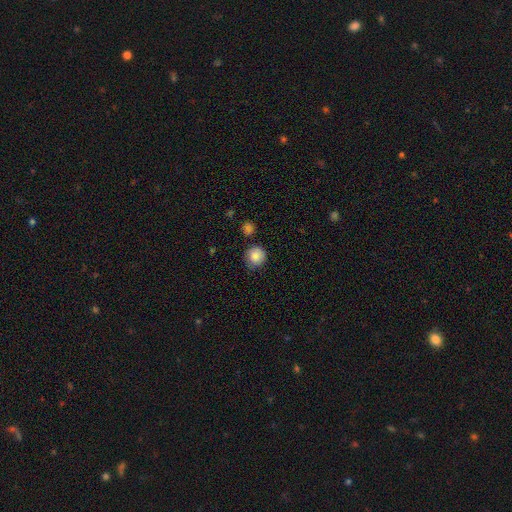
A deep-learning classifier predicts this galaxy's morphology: Smooth or featured?
  - smooth: 86% *
  - star or artifact: 9%
  - featured or disk: 5%
How rounded?
  - round: 92% *
  - in between: 7%
  - cigar-shaped: 1%
Merging?
  - none: 77% *
  - minor disturbance: 16%
  - merger: 4%
  - major disturbance: 3%